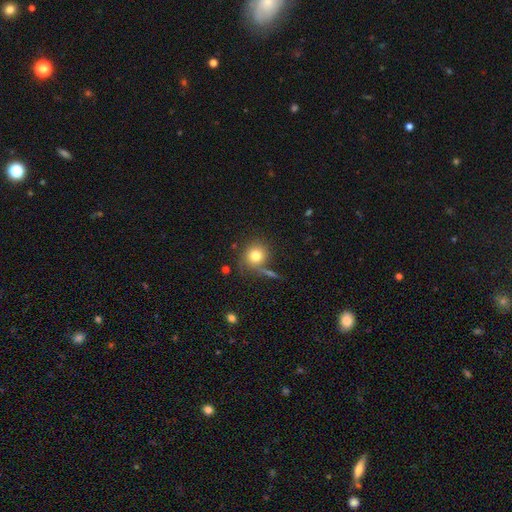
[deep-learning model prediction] smooth 78%, star or artifact 11%, featured or disk 11%. Down the decision tree: how rounded — round (89%); merging — none (69%).